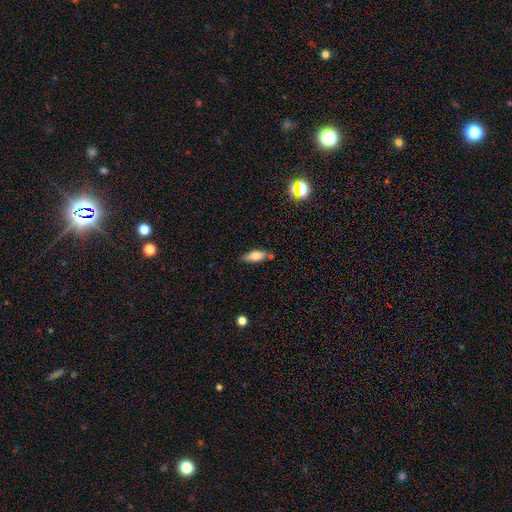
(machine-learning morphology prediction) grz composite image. It shows a smooth galaxy with no disk features (72%) that is in between round and cigar-shaped (75%). Merging: none (72%).